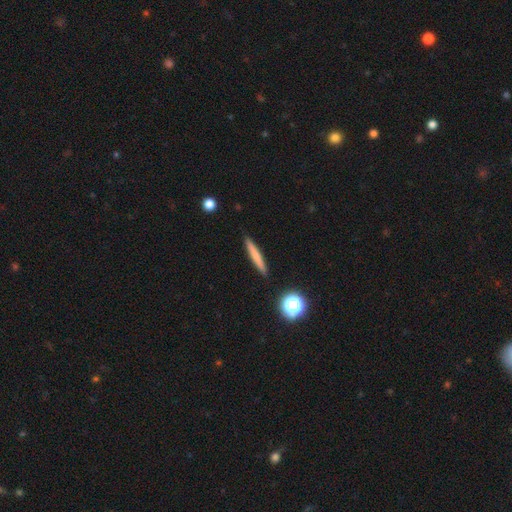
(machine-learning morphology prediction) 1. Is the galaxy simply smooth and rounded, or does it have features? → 68% smooth, 24% featured or disk, 8% star or artifact.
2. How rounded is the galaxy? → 94% cigar-shaped, 4% in between, 2% round.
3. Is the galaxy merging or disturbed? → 91% none, 6% minor disturbance, 2% major disturbance, 1% merger.